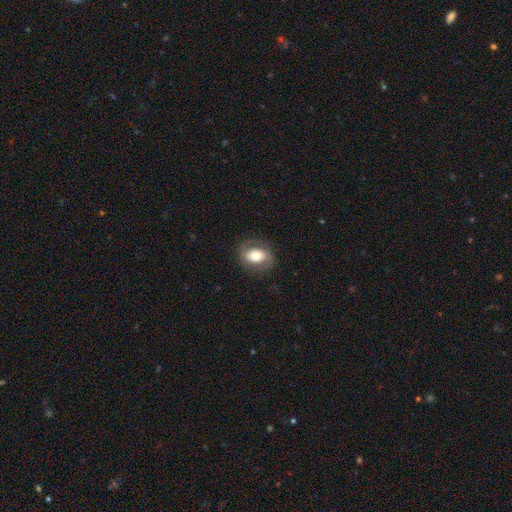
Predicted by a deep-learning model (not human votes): Smooth or featured: smooth — 60% (featured or disk — 33%)
How rounded: in between — 68% (round — 30%)
Merging: none — 77% (minor disturbance — 15%)